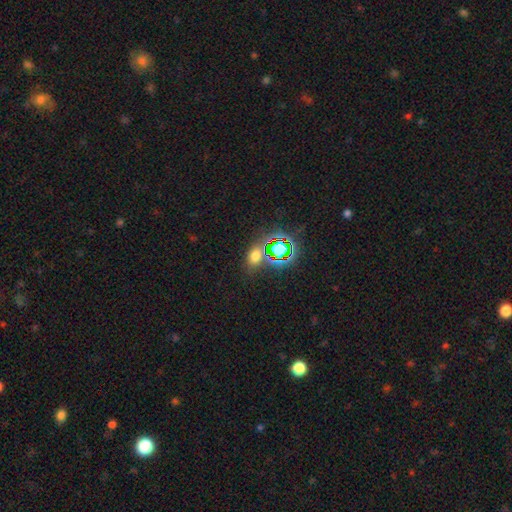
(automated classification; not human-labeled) This appears to be a smooth galaxy with no disk features (54%) that is in between round and cigar-shaped (71%). Merging: none (73%).